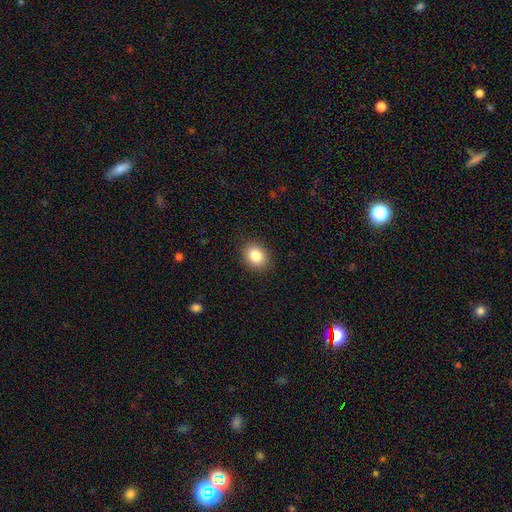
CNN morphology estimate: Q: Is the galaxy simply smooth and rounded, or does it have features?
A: smooth — 84%.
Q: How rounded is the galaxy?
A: in between — 56%.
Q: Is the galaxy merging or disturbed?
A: none — 88%.